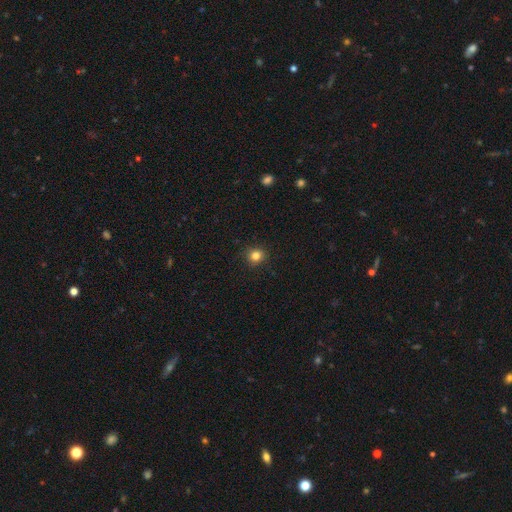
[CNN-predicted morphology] Smooth or featured: smooth — 83% (star or artifact — 12%)
How rounded: round — 88% (in between — 11%)
Merging: none — 89% (minor disturbance — 8%)